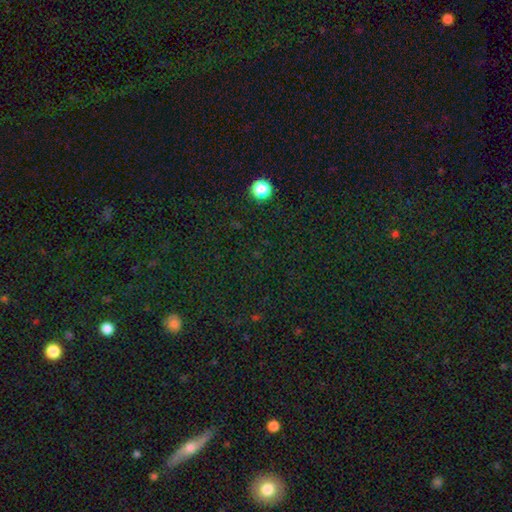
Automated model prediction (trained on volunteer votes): Smooth or featured: star or artifact — 72% (smooth — 18%)